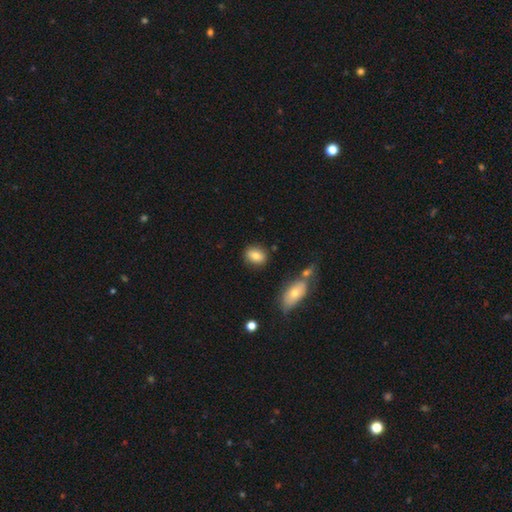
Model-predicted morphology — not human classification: Overall: smooth (81%). How rounded: in between (63%; round 35%). Merging: none (83%).